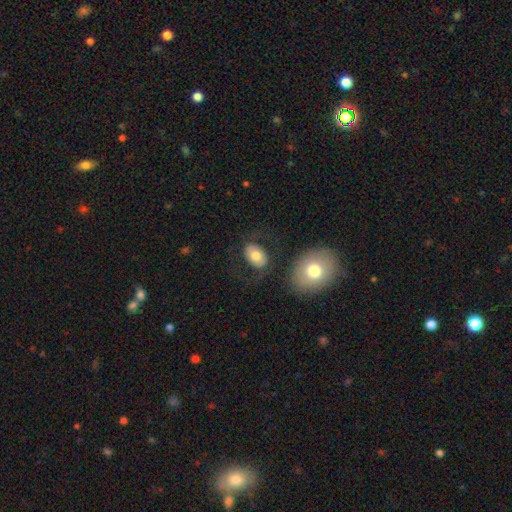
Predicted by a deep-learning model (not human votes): smooth 69%, featured or disk 24%, star or artifact 7%. Down the decision tree: how rounded — in between (75%); merging — none (67%).